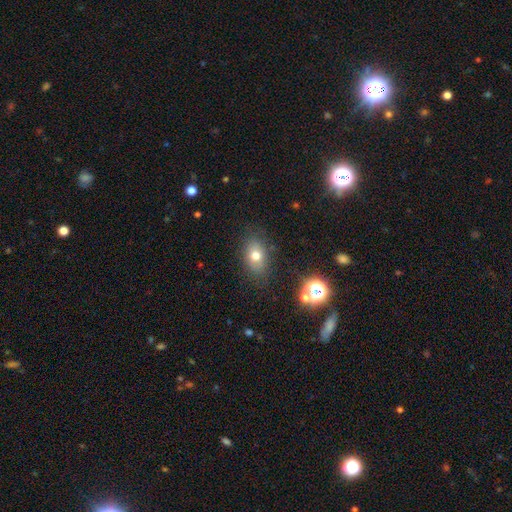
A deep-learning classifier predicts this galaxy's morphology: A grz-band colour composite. It shows a smooth galaxy with no disk features (72%) that is in between round and cigar-shaped (78%). Merging: none (82%).